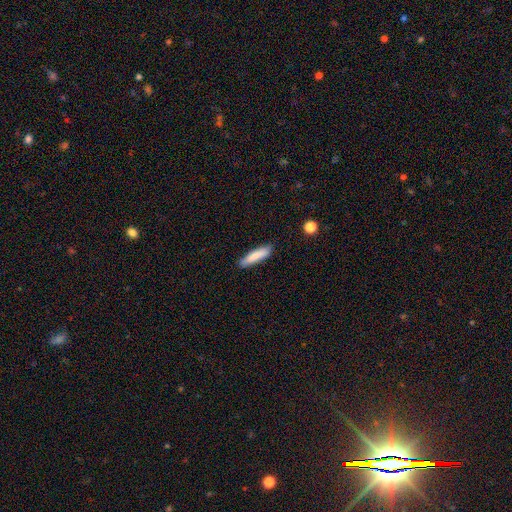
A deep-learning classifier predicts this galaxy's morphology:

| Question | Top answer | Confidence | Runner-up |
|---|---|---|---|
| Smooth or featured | smooth | 83% | featured or disk (11%) |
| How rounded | cigar-shaped | 80% | in between (19%) |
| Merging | none | 85% | minor disturbance (11%) |